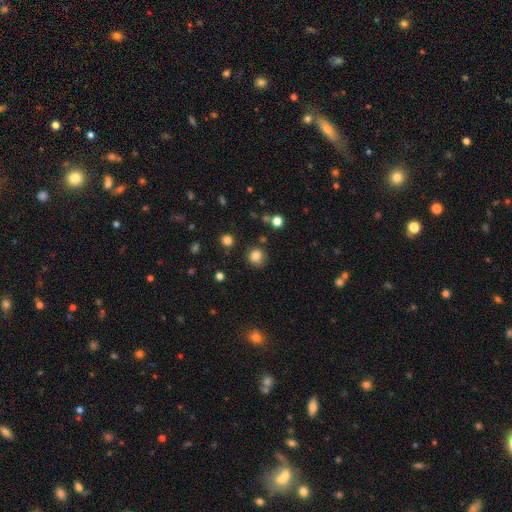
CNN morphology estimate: smooth 81%, star or artifact 13%, featured or disk 6%. Down the decision tree: how rounded — round (88%); merging — none (79%).